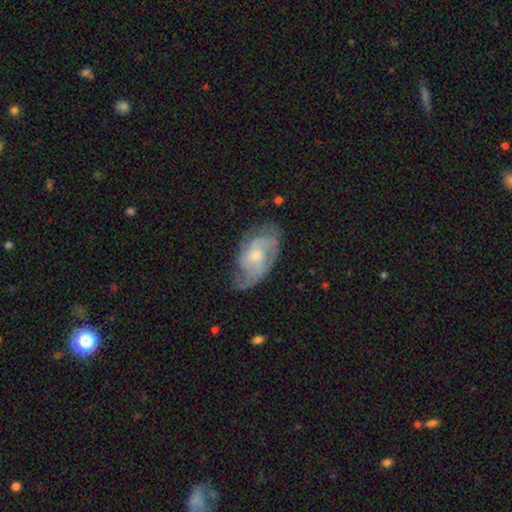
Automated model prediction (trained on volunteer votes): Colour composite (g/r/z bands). It shows a featured or disk galaxy (75%) with no bar (67%), 2 (45%) medium (45%) spiral arms (91%) and a small central bulge (51%). Merging: none (59%).